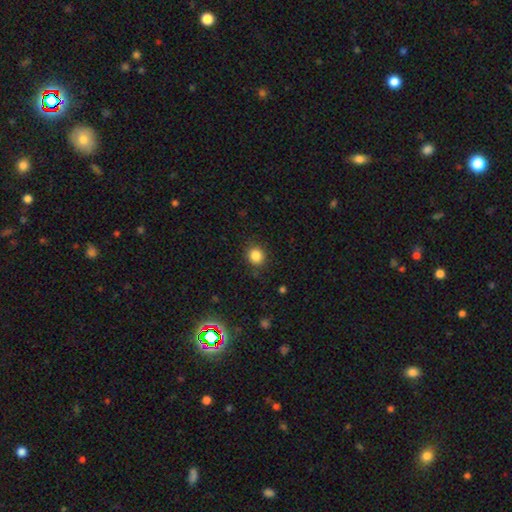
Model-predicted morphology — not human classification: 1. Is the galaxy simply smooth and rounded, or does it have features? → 85% smooth, 11% star or artifact, 4% featured or disk.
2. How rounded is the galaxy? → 83% round, 16% in between, 1% cigar-shaped.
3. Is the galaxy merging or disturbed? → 87% none, 8% minor disturbance, 3% major disturbance, 1% merger.